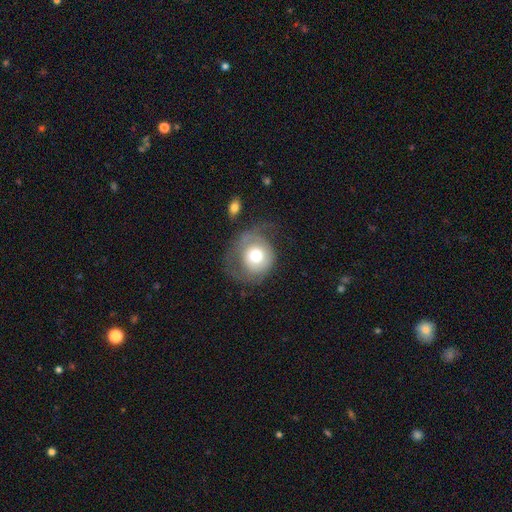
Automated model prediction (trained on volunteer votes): Morphology: type=smooth (58%); roundness=round (81%); merging=none (37%).